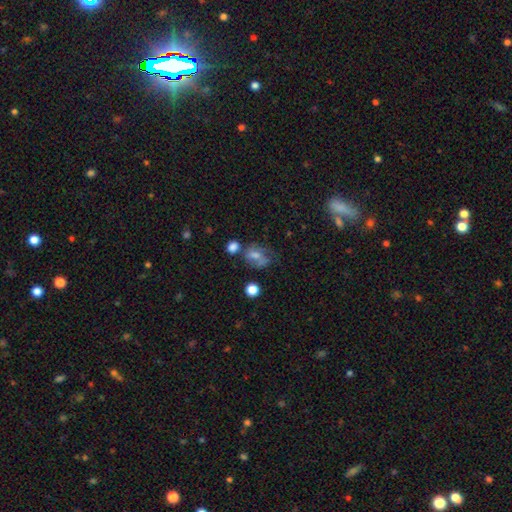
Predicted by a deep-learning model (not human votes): Morphology: type=smooth (58%); roundness=in between (62%); merging=none (35%).